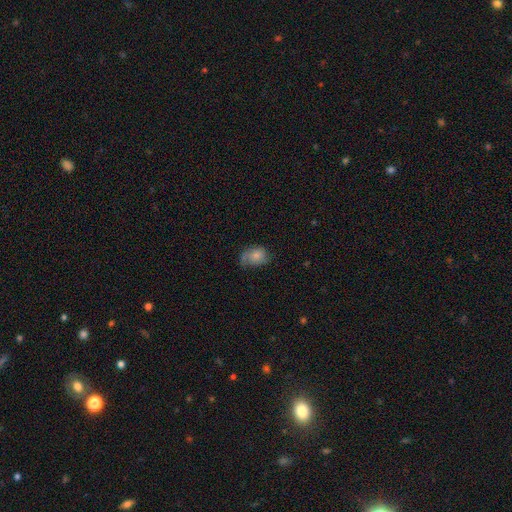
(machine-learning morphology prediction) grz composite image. It shows a smooth galaxy with no disk features (68%) that is in between round and cigar-shaped (71%). Merging: none (44%).